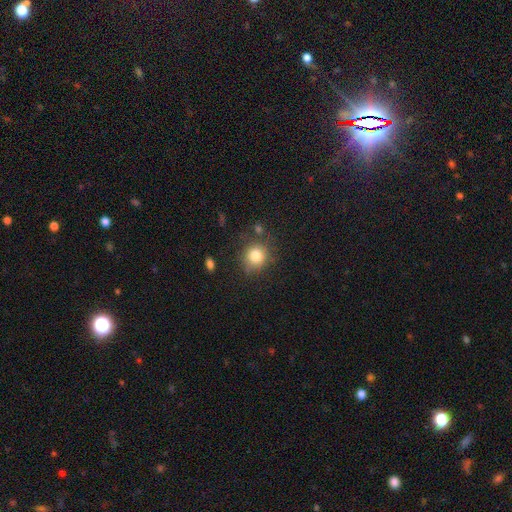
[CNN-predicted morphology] The model was most divided on "merging": none: 75%, minor disturbance: 15%, merger: 5%, major disturbance: 5%. More confident: how rounded — round (84%); smooth or featured — smooth (81%).